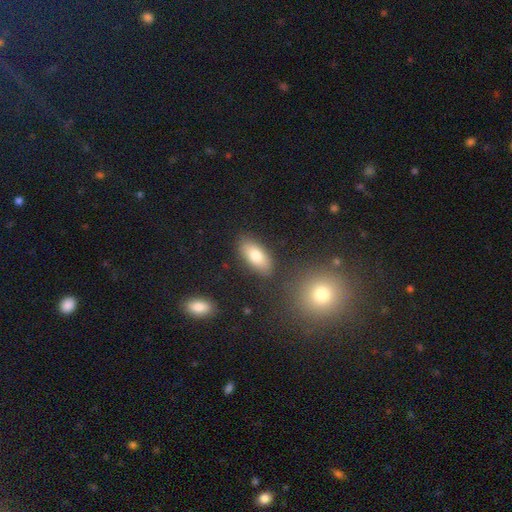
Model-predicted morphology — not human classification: smooth-or-featured: smooth: 78% | featured or disk: 14% | star or artifact: 8%
  how-rounded: in between: 88% | cigar-shaped: 8% | round: 3%
  merging: none: 82% | minor disturbance: 11% | merger: 4% | major disturbance: 3%